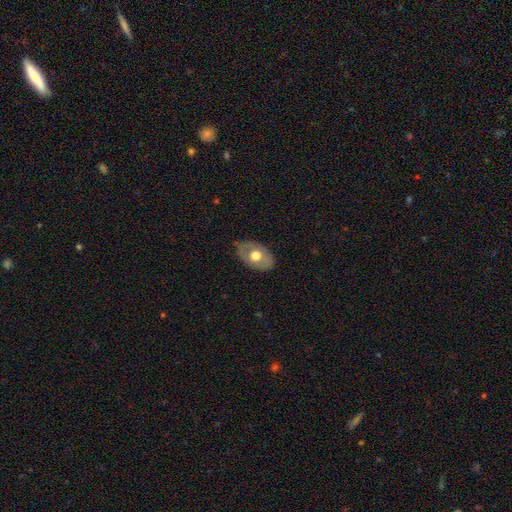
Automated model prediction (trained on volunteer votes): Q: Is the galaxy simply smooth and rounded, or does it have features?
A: smooth — 50%.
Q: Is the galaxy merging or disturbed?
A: none — 76%.